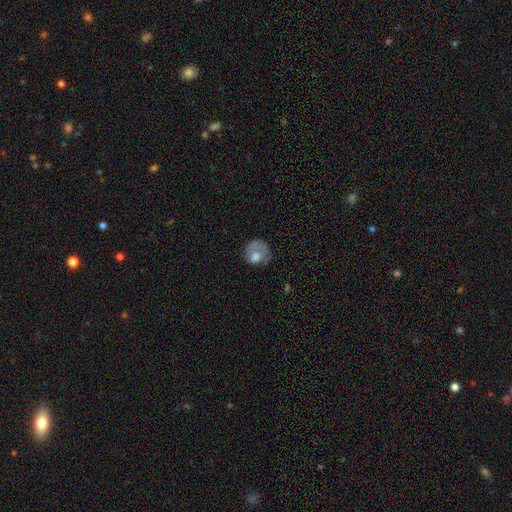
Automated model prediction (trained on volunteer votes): Smooth or featured?
  - smooth: 59% *
  - featured or disk: 32%
  - star or artifact: 9%
How rounded?
  - round: 73% *
  - in between: 26%
  - cigar-shaped: 1%
Merging?
  - none: 44% *
  - major disturbance: 27%
  - minor disturbance: 25%
  - merger: 3%